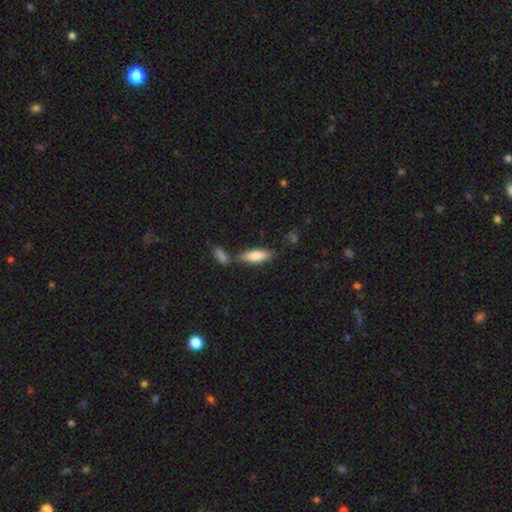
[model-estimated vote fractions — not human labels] smooth_or_featured: smooth (p=0.81) [alt: featured or disk p=0.13]
how_rounded: in between (p=0.59) [alt: cigar-shaped p=0.39]
merging: none (p=0.65) [alt: merger p=0.19]